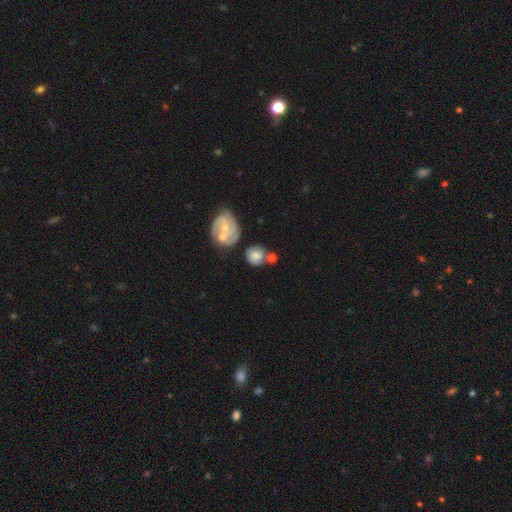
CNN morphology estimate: type=smooth (64%); roundness=round (78%); merging=none (51%).